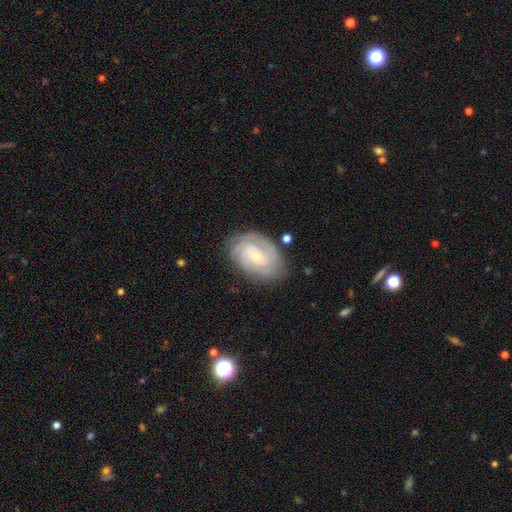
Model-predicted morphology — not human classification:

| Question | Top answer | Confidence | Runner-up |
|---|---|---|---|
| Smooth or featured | featured or disk | 84% | smooth (10%) |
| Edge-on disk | no | 97% | yes (3%) |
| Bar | no | 65% | weak (28%) |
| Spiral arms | yes | 96% | no (4%) |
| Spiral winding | tight | 72% | medium (23%) |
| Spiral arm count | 3 | 29% | can't tell (24%) |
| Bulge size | small | 67% | moderate (30%) |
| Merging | none | 79% | minor disturbance (15%) |